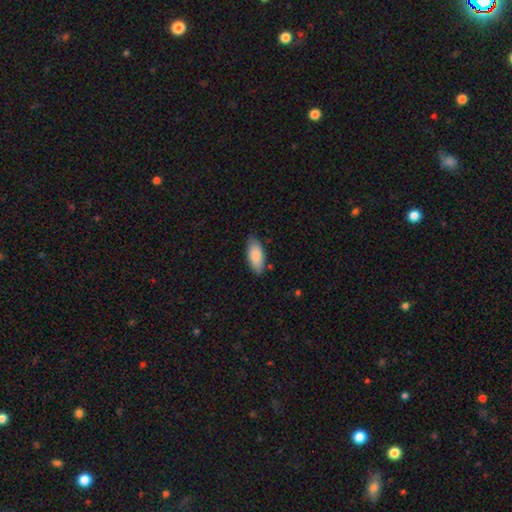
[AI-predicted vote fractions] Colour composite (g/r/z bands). It shows a smooth galaxy with no disk features (85%) that is in between round and cigar-shaped (86%). Merging: none (80%).